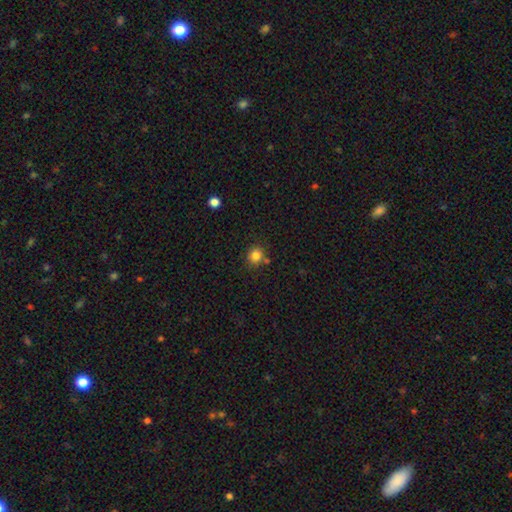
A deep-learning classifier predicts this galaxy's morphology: Q: Smooth or featured?
A: smooth (83%); runner-up: star or artifact (12%)
Q: How rounded?
A: round (82%); runner-up: in between (17%)
Q: Merging?
A: none (74%); runner-up: minor disturbance (12%)